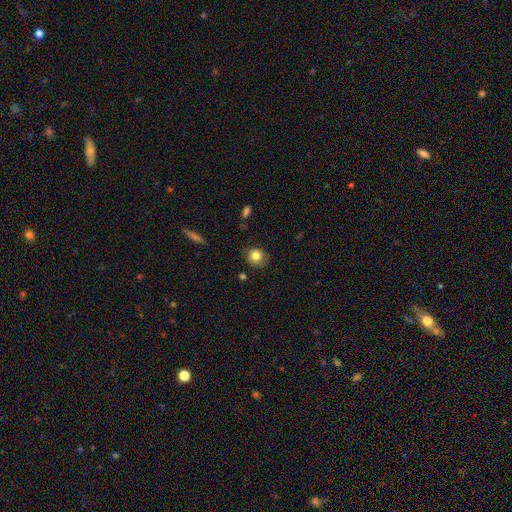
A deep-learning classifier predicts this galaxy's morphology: A smooth galaxy with no disk features (82%) that is round (86%).

Vote fractions:
- Smooth or featured? smooth: 82% / star or artifact: 10% / featured or disk: 8%
- How rounded? round: 86% / in between: 13% / cigar-shaped: 1%
- Merging? none: 84% / minor disturbance: 12% / major disturbance: 3% / merger: 2%